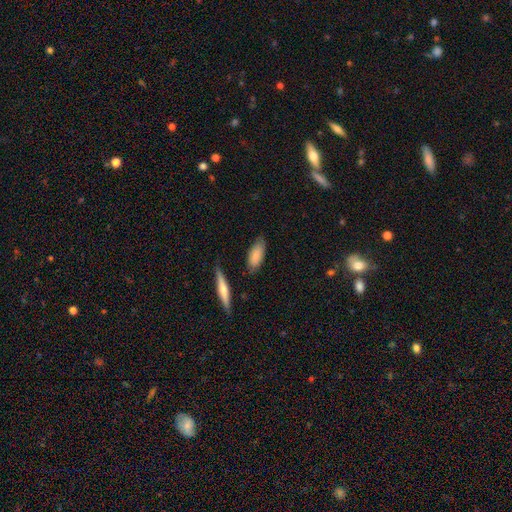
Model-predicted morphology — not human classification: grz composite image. It shows a smooth galaxy with no disk features (79%) that is in between round and cigar-shaped (76%). Merging: none (77%).